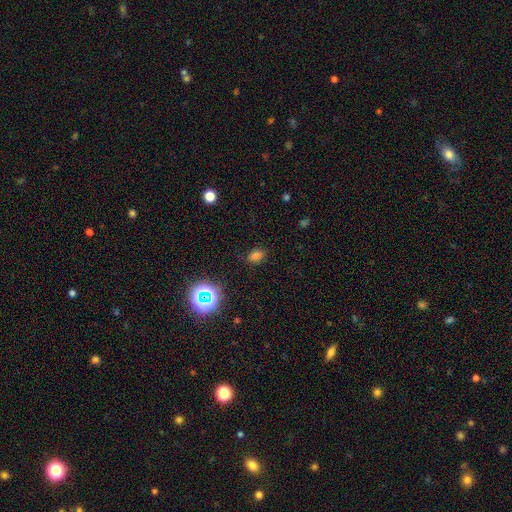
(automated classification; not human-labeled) Morphology: type=smooth (71%); roundness=in between (75%); merging=none (81%).